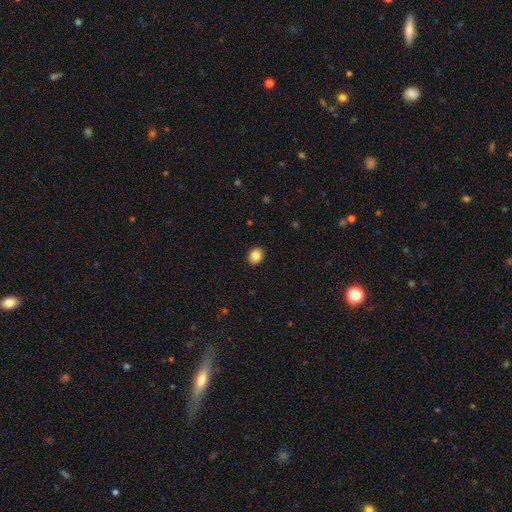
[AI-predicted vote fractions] Smooth or featured: smooth — 86% (star or artifact — 9%)
How rounded: round — 61% (in between — 38%)
Merging: none — 92% (minor disturbance — 6%)